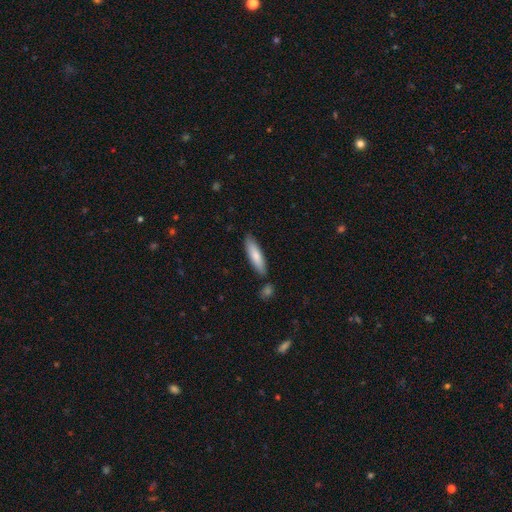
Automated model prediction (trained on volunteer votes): This is likely a smooth galaxy (79%). How rounded: likely cigar-shaped (68%). Merging: clearly none (81%).